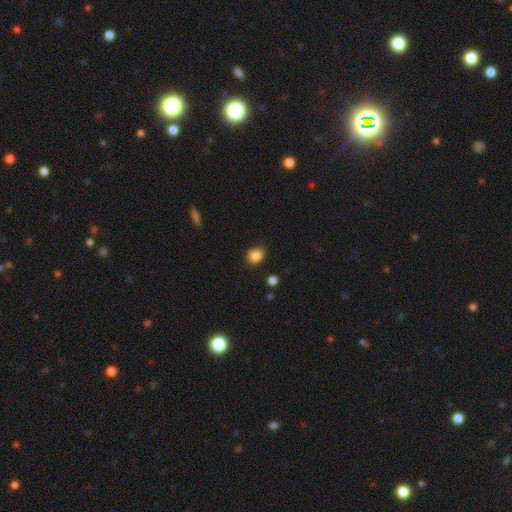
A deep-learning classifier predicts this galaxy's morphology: A smooth galaxy with no disk features (85%) that is round (52%).

Vote fractions:
- Smooth or featured? smooth: 85% / star or artifact: 10% / featured or disk: 5%
- How rounded? round: 52% / in between: 47% / cigar-shaped: 1%
- Merging? none: 79% / minor disturbance: 16% / major disturbance: 3% / merger: 2%